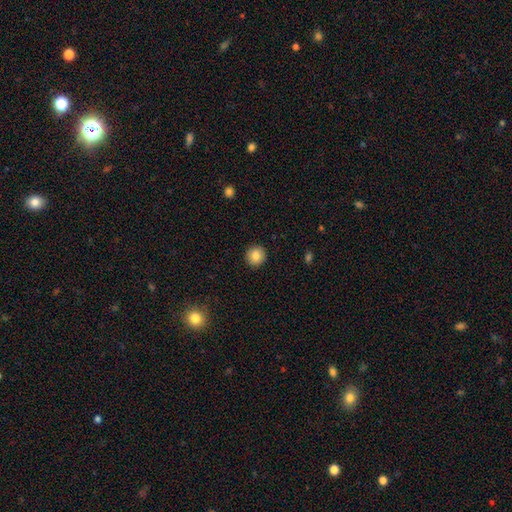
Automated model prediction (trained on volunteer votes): The model was most divided on "smooth or featured": smooth: 85%, star or artifact: 9%, featured or disk: 6%. More confident: how rounded — round (93%); merging — none (92%).